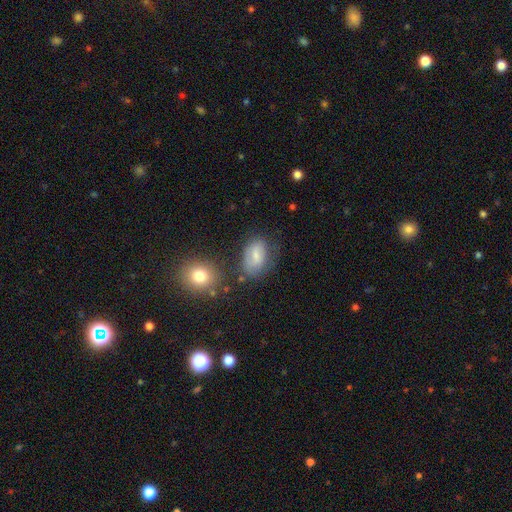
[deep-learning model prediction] smooth 67%, featured or disk 24%, star or artifact 9%. Down the decision tree: how rounded — in between (89%); merging — none (58%).